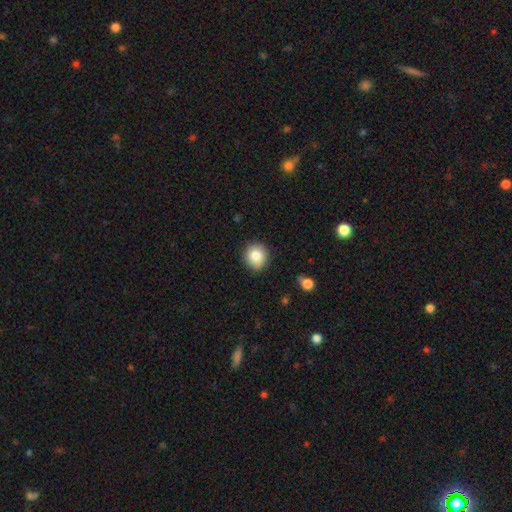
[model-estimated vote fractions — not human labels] This appears to be a smooth galaxy with no disk features (83%) that is round (90%). Merging: none (88%).